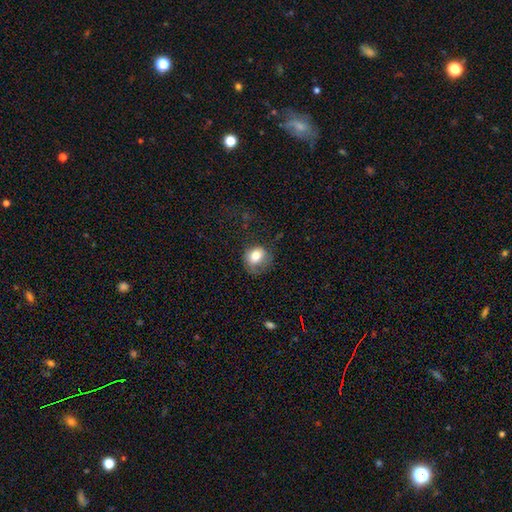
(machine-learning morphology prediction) Q: Smooth or featured?
A: smooth (78%); runner-up: featured or disk (13%)
Q: How rounded?
A: round (64%); runner-up: in between (35%)
Q: Merging?
A: none (51%); runner-up: minor disturbance (28%)